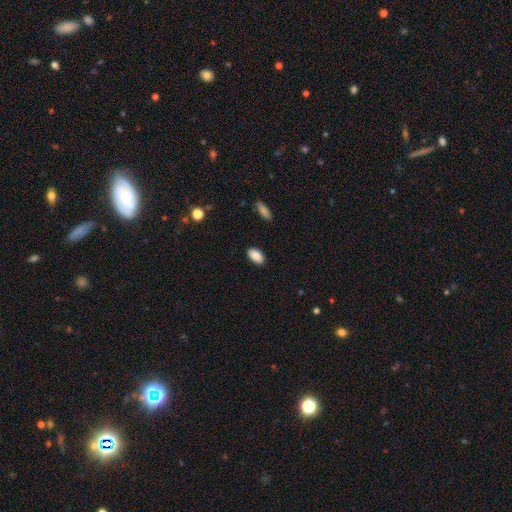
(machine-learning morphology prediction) Smooth or featured? Predicted: smooth (p=0.88). How rounded? Predicted: in between (p=0.93). Merging? Predicted: none (p=0.88).